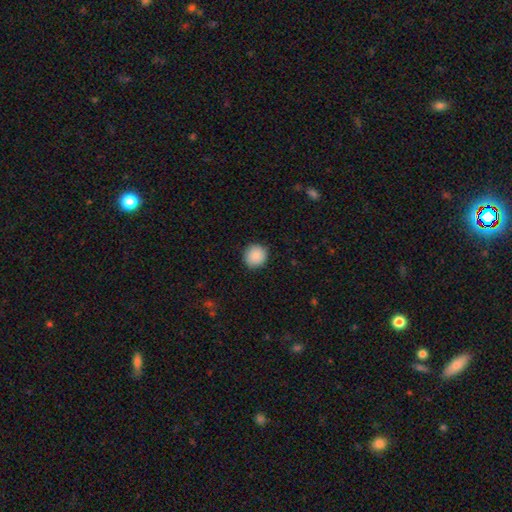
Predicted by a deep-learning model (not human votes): Smooth or featured? smooth (90%)
How rounded? round (93%)
Merging? none (91%)